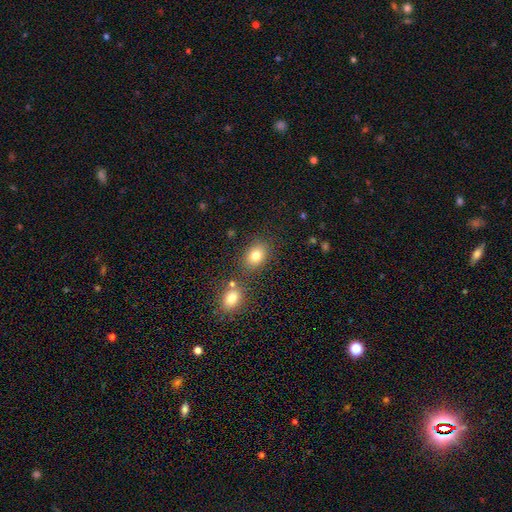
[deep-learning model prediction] Smooth or featured? smooth (81%)
How rounded? in between (65%)
Merging? none (74%)